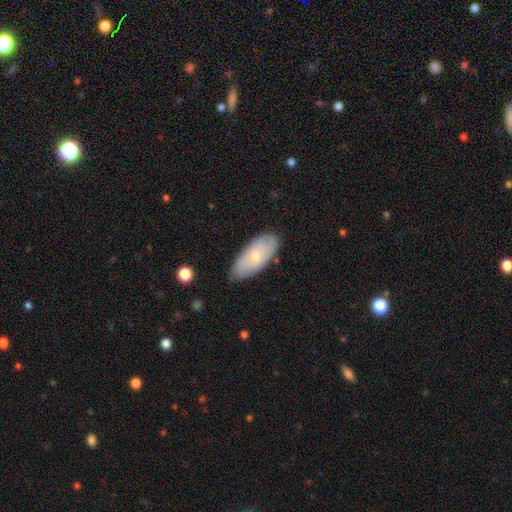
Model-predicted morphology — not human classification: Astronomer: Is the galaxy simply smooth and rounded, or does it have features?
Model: smooth — 63%.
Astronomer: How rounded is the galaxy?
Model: in between — 88%.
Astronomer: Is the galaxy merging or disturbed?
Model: none — 76%.